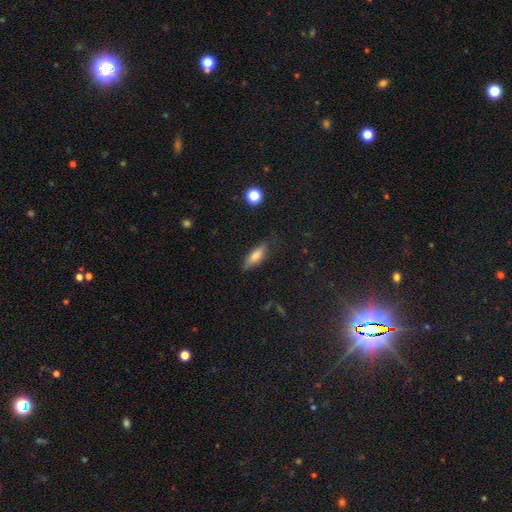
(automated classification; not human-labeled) This is likely a smooth galaxy (75%). How rounded: likely in between (63%). Merging: likely none (72%).